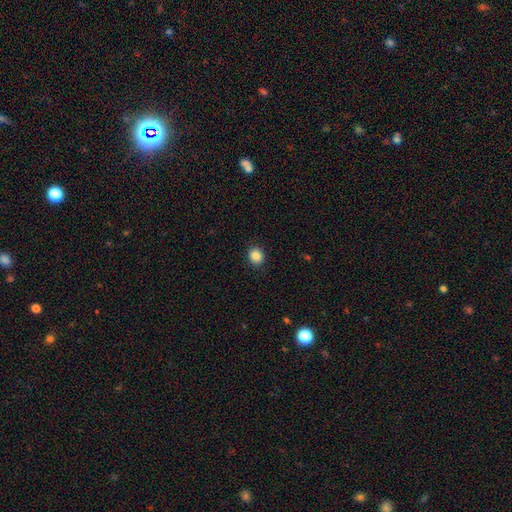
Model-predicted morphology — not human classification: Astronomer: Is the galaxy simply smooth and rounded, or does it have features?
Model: smooth — 87%.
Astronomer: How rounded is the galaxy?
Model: round — 75%.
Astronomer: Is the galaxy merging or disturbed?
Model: none — 91%.